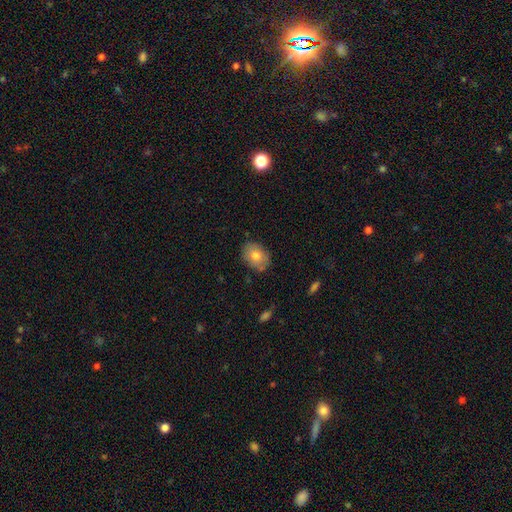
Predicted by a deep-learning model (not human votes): This appears to be a smooth galaxy with no disk features (75%) that is in between round and cigar-shaped (69%). Merging: none (82%).